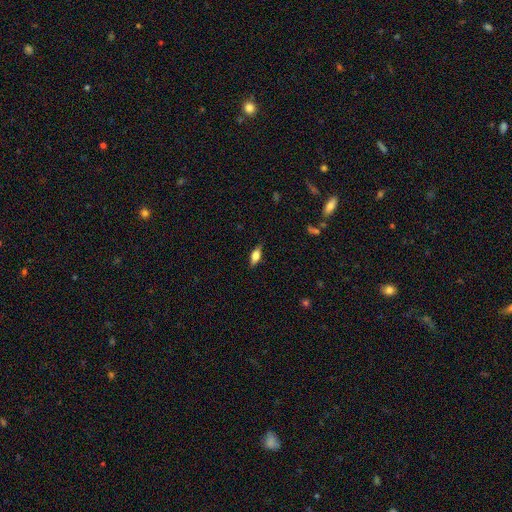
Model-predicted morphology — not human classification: Smooth or featured: smooth — 62% (featured or disk — 31%)
How rounded: in between — 72% (cigar-shaped — 24%)
Merging: none — 82% (minor disturbance — 14%)